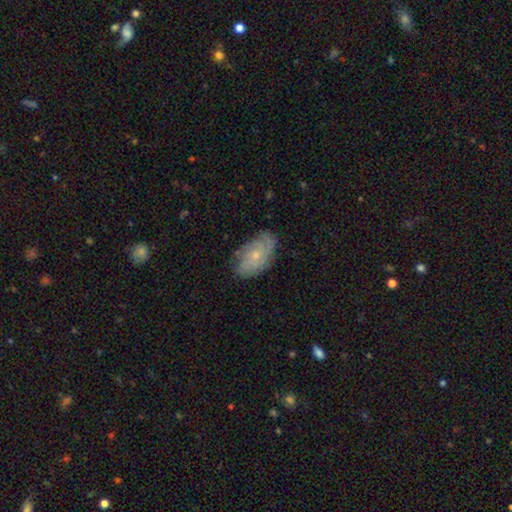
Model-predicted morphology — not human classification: type=featured or disk (62%); edge-on=no (94%); bar=no (80%); spiral arms=yes (84%); bulge=small (64%); merging=none (72%).